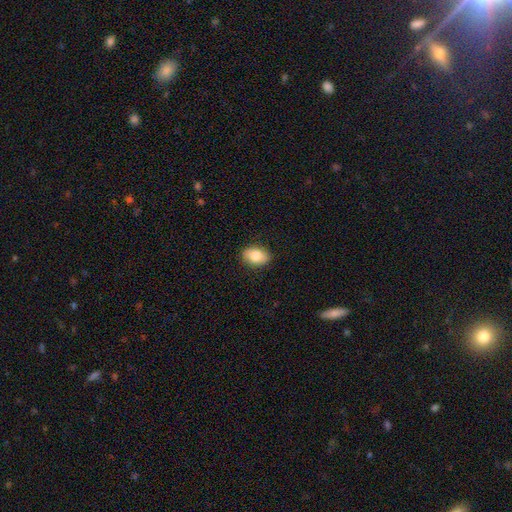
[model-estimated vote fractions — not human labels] Q: Smooth or featured?
A: smooth (82%); runner-up: featured or disk (11%)
Q: How rounded?
A: in between (83%); runner-up: round (15%)
Q: Merging?
A: none (87%); runner-up: minor disturbance (10%)